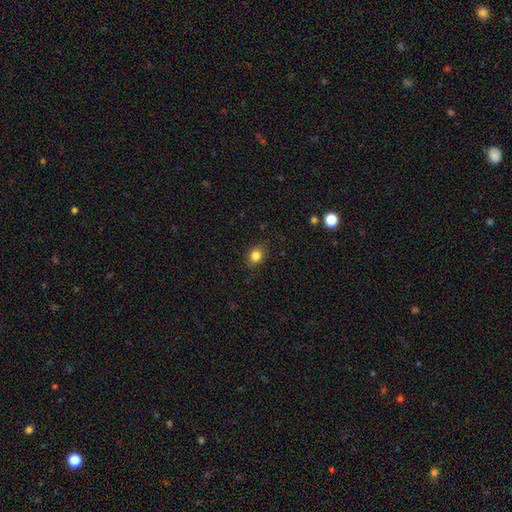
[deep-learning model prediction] Smooth or featured? Predicted: smooth (p=0.83). How rounded? Predicted: round (p=0.54). Merging? Predicted: none (p=0.83).